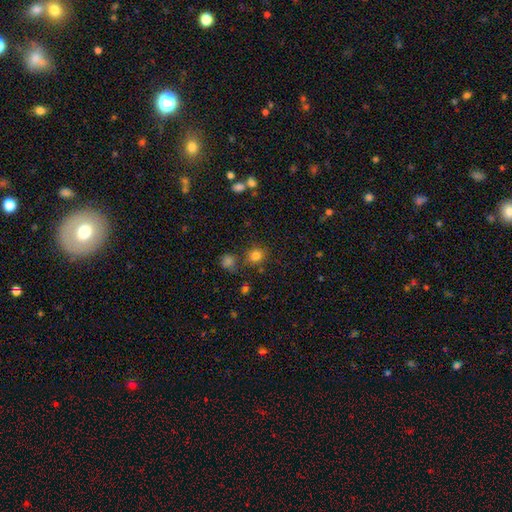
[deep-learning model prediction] smooth 80%, star or artifact 14%, featured or disk 5%. Down the decision tree: how rounded — round (83%); merging — none (77%).